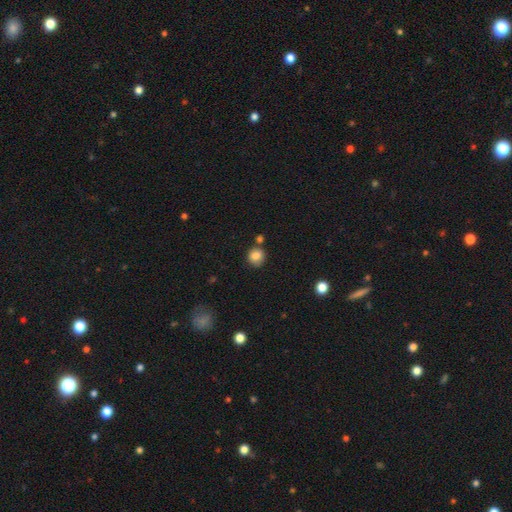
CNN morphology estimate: smooth 83%, star or artifact 10%, featured or disk 7%. Down the decision tree: how rounded — round (89%); merging — none (76%).